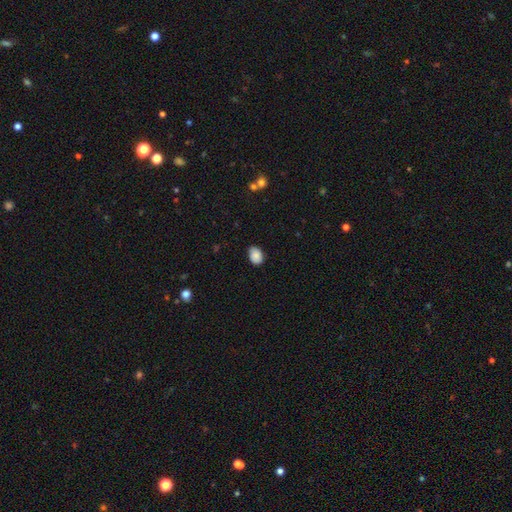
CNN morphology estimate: Smooth or featured?
  - smooth: 86% *
  - star or artifact: 8%
  - featured or disk: 6%
How rounded?
  - in between: 73% *
  - round: 26%
  - cigar-shaped: 1%
Merging?
  - none: 77% *
  - minor disturbance: 19%
  - major disturbance: 3%
  - merger: 1%